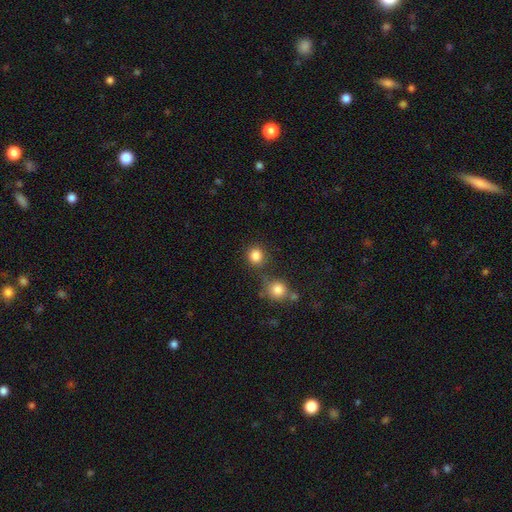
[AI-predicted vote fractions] Smooth or featured: smooth — 85% (star or artifact — 11%)
How rounded: round — 89% (in between — 10%)
Merging: none — 76% (merger — 10%)